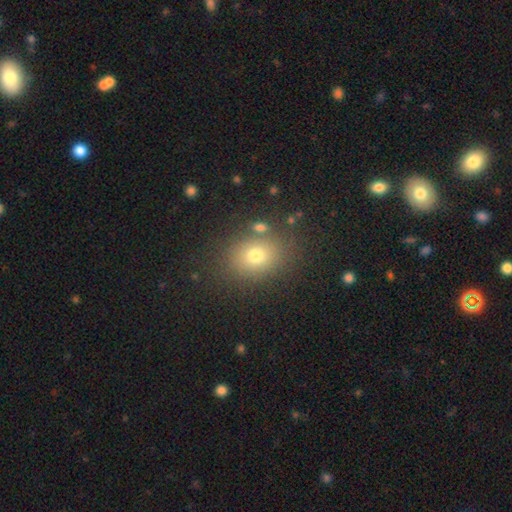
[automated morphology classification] Q: Smooth or featured?
A: smooth (72%); runner-up: star or artifact (17%)
Q: How rounded?
A: round (53%); runner-up: in between (46%)
Q: Merging?
A: none (80%); runner-up: minor disturbance (10%)